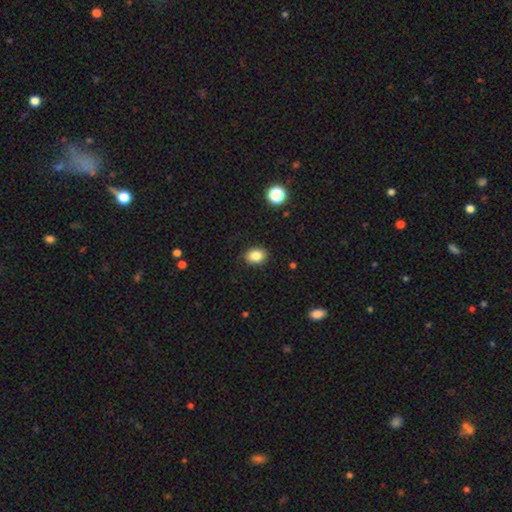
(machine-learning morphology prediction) The model was most divided on "how rounded": in between: 62%, round: 37%, cigar-shaped: 1%. More confident: merging — none (88%); smooth or featured — smooth (85%).